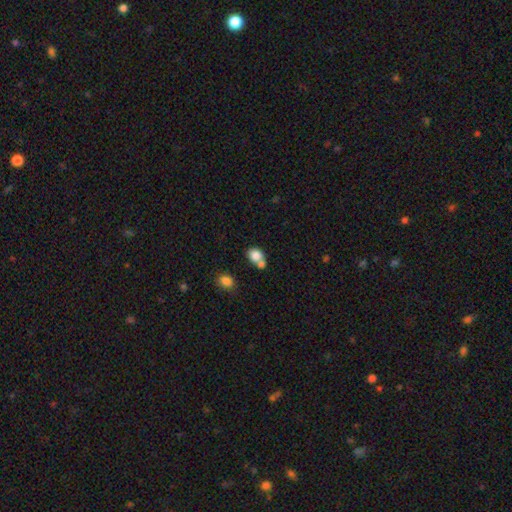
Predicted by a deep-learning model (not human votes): Smooth or featured? Predicted: smooth (p=0.81). How rounded? Predicted: round (p=0.54). Merging? Predicted: merger (p=0.44).